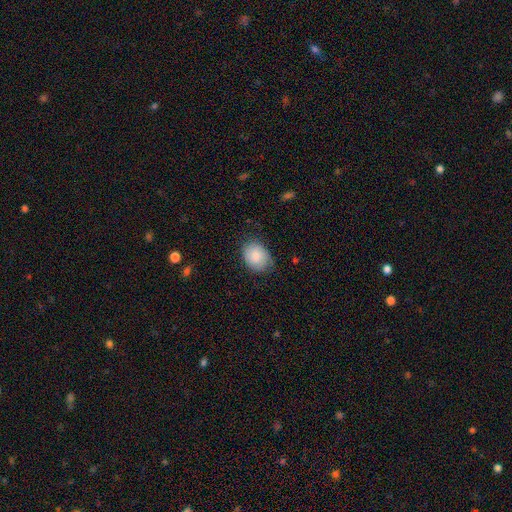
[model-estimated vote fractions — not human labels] Smooth or featured?
  - smooth: 77% *
  - featured or disk: 16%
  - star or artifact: 7%
How rounded?
  - in between: 62% *
  - round: 37%
  - cigar-shaped: 1%
Merging?
  - none: 68% *
  - minor disturbance: 26%
  - major disturbance: 5%
  - merger: 1%